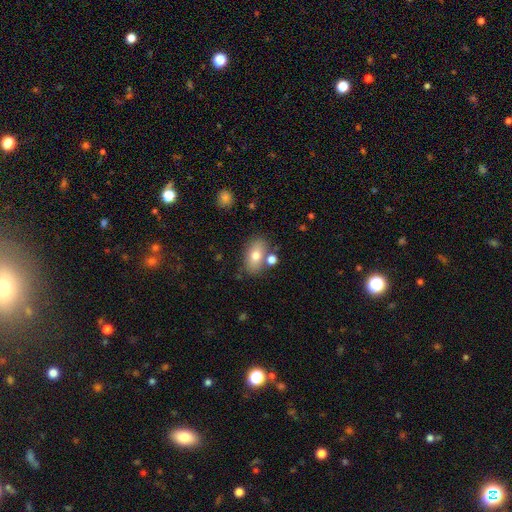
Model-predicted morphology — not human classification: type=smooth (74%); roundness=in between (87%); merging=none (70%).